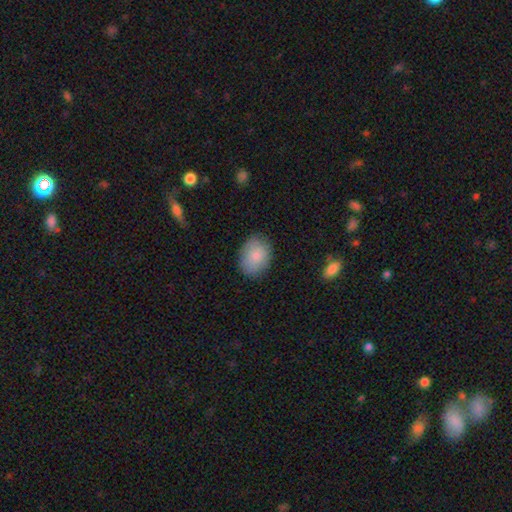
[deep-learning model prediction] Morphology: type=smooth (85%); roundness=in between (68%); merging=none (83%).